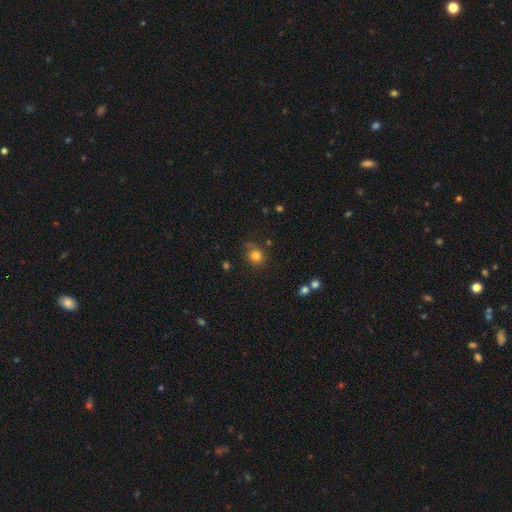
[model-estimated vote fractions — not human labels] This is likely a smooth galaxy (79%). How rounded: likely round (77%). Merging: likely none (71%).